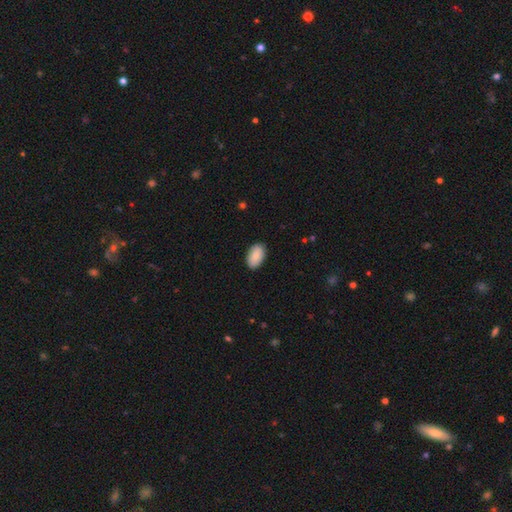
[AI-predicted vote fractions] Smooth or featured: smooth — 84% (featured or disk — 10%)
How rounded: in between — 94% (round — 5%)
Merging: none — 87% (minor disturbance — 10%)